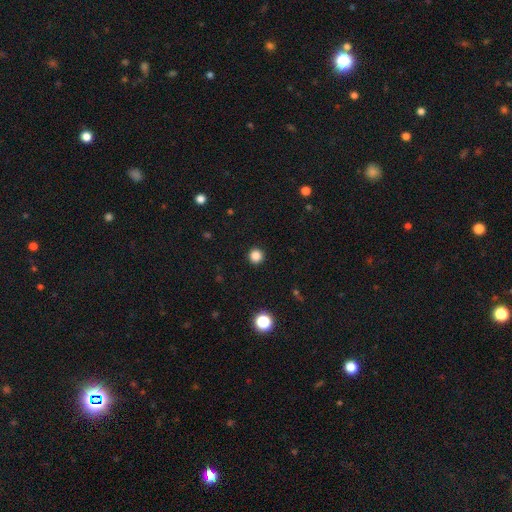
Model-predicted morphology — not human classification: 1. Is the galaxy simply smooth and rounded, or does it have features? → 84% smooth, 13% star or artifact, 3% featured or disk.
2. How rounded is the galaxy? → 95% round, 4% in between, 1% cigar-shaped.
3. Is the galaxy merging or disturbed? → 93% none, 5% minor disturbance, 2% major disturbance, 1% merger.